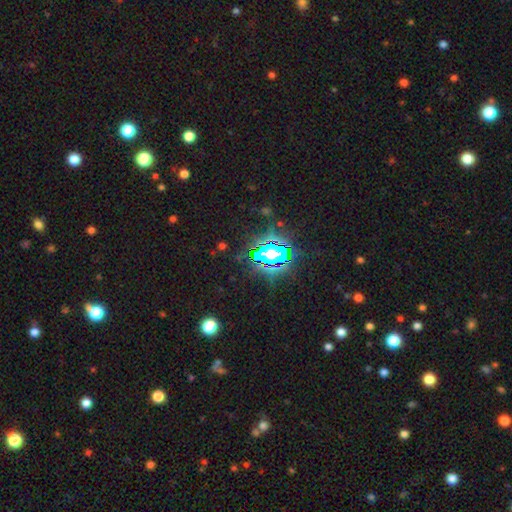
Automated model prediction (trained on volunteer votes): This is clearly a star or artifact rather than a galaxy (81%).